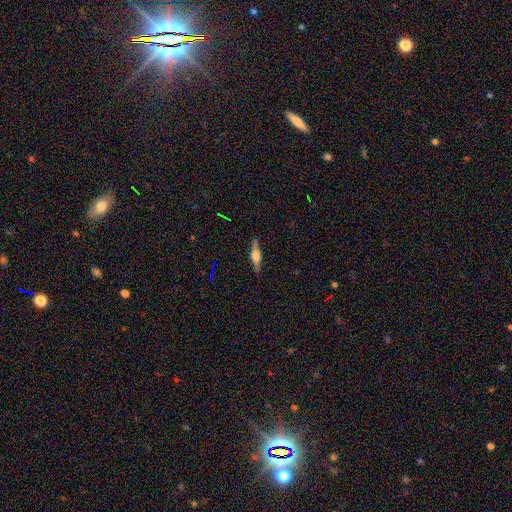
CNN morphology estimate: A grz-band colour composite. It shows a featured or disk galaxy (63%) viewed edge-on (96%) with a rounded central bulge (81%). Merging: none (87%).